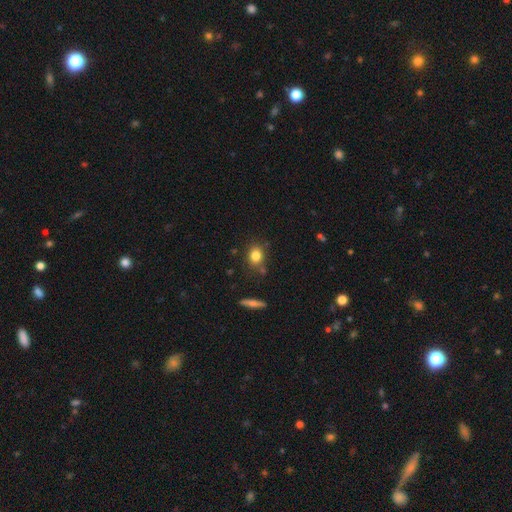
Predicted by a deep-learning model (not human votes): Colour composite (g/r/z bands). It shows a smooth galaxy with no disk features (82%) that is round (55%). Merging: none (77%).